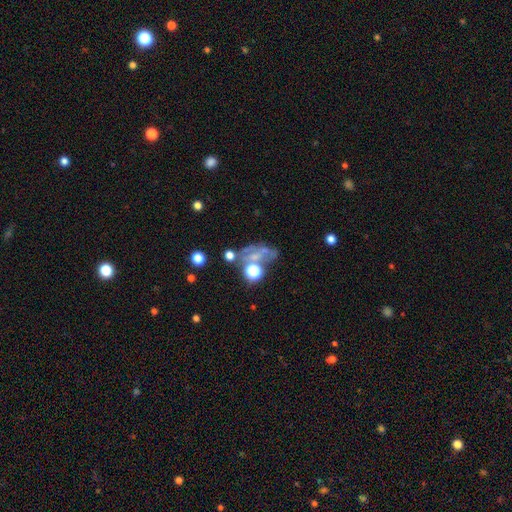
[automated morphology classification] Smooth or featured? Predicted: featured or disk (p=0.37). Merging? Predicted: none (p=0.35).